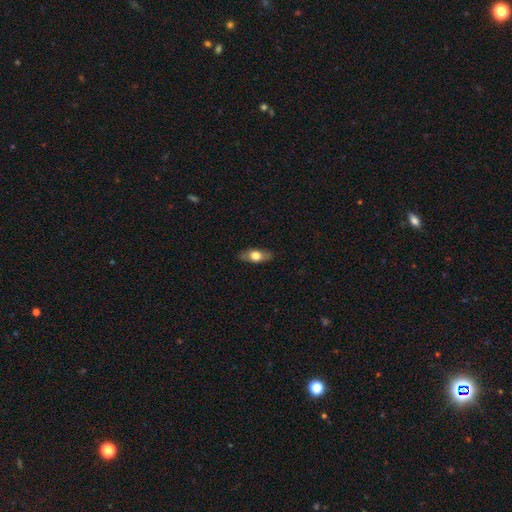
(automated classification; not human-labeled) Q: Smooth or featured?
A: smooth (62%); runner-up: featured or disk (31%)
Q: How rounded?
A: in between (78%); runner-up: cigar-shaped (17%)
Q: Merging?
A: none (85%); runner-up: minor disturbance (12%)